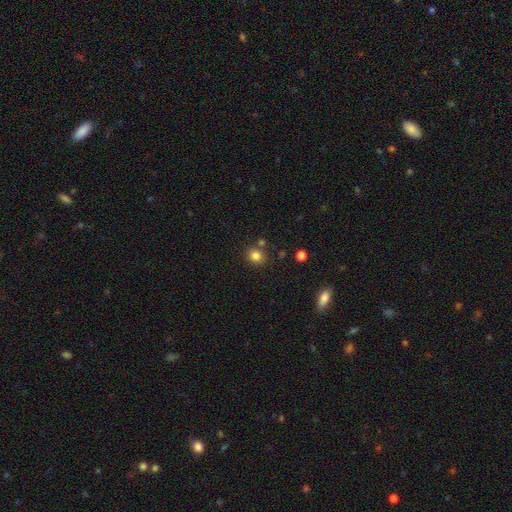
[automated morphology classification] type=smooth (82%); roundness=round (83%); merging=none (79%).